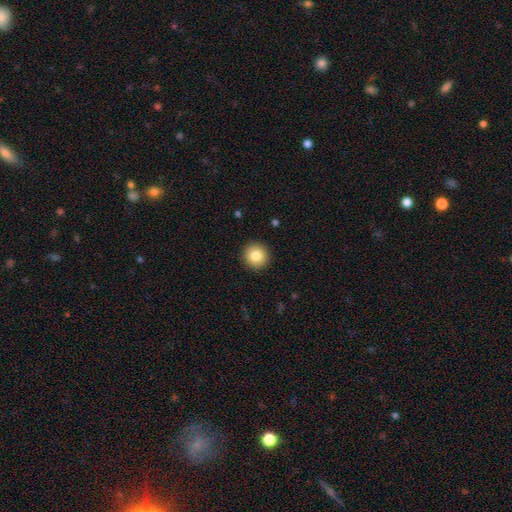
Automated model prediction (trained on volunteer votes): A smooth galaxy with no disk features (84%) that is round (95%).

Vote fractions:
- Smooth or featured? smooth: 84% / star or artifact: 9% / featured or disk: 7%
- How rounded? round: 95% / in between: 4% / cigar-shaped: 1%
- Merging? none: 92% / minor disturbance: 5% / major disturbance: 2% / merger: 1%